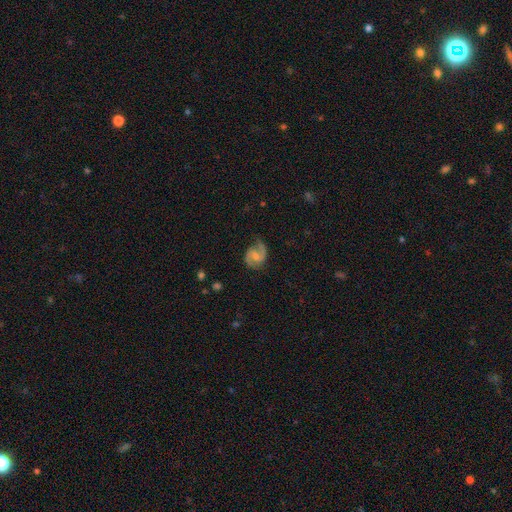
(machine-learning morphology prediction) A featured or disk galaxy (85%) with a weak bar (52%), 2 (91%) medium (57%) spiral arms (97%) and a small central bulge (41%).

Vote fractions:
- Smooth or featured? featured or disk: 85% / smooth: 9% / star or artifact: 6%
- Edge-on disk? no: 98% / yes: 2%
- Bar? weak: 52% / no: 34% / strong: 13%
- Spiral arms? yes: 97% / no: 3%
- Spiral winding? medium: 57% / loose: 24% / tight: 19%
- Spiral arm count? 2: 91% / 1: 3% / can't tell: 3% / 3: 1% / 4: 1% / more than 4: 1%
- Bulge size? small: 41% / moderate: 33% / none: 22% / large: 3% / dominant: 1%
- Merging? none: 76% / minor disturbance: 17% / major disturbance: 6% / merger: 1%